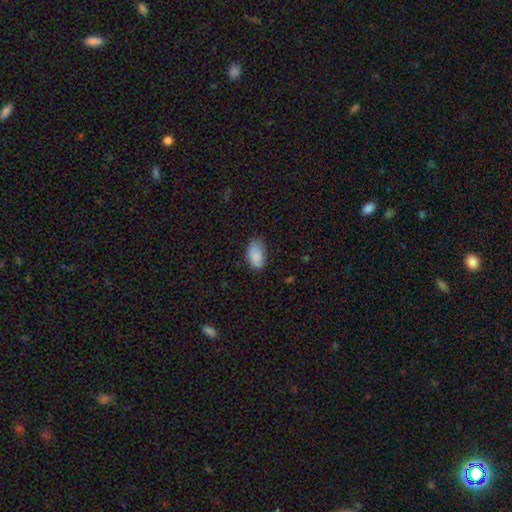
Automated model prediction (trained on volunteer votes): Smooth or featured? Predicted: smooth (p=0.88). How rounded? Predicted: in between (p=0.93). Merging? Predicted: none (p=0.72).